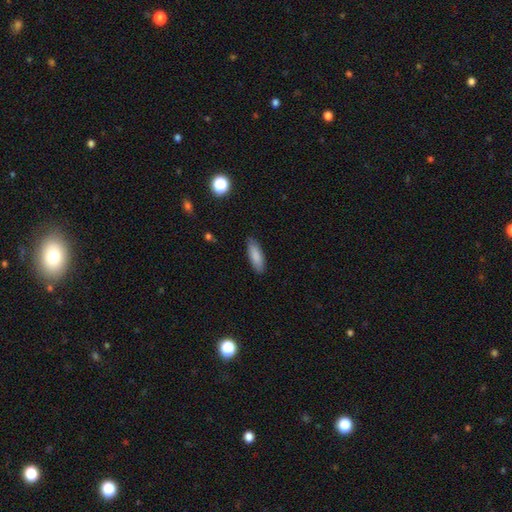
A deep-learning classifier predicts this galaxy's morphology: Smooth or featured? smooth (86%)
How rounded? in between (59%)
Merging? none (85%)